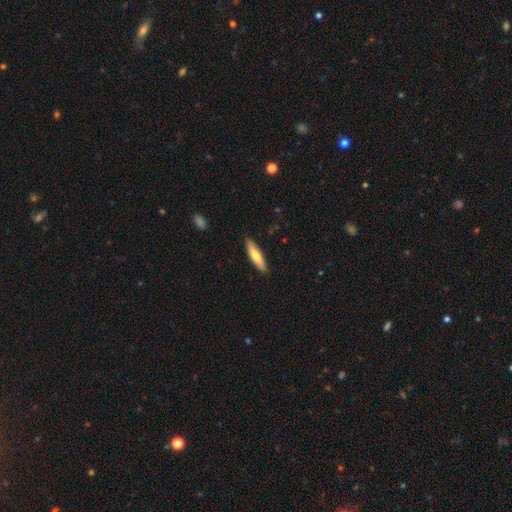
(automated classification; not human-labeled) Q: Smooth or featured?
A: smooth (66%); runner-up: featured or disk (29%)
Q: How rounded?
A: cigar-shaped (75%); runner-up: in between (23%)
Q: Merging?
A: none (89%); runner-up: minor disturbance (9%)